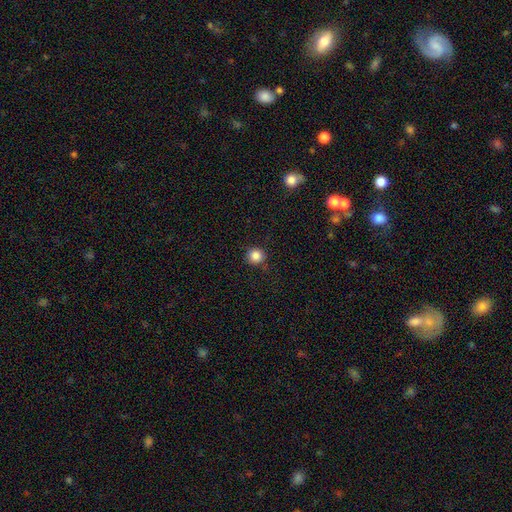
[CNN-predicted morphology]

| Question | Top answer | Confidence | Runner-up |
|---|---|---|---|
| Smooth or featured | smooth | 86% | star or artifact (11%) |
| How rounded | round | 94% | in between (5%) |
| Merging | none | 87% | minor disturbance (9%) |